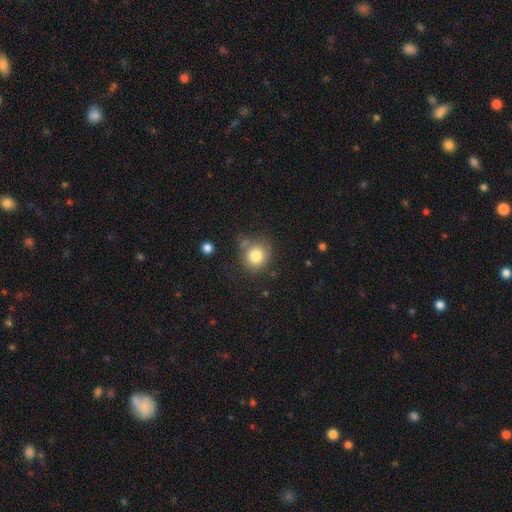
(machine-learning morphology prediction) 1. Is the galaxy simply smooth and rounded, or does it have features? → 81% smooth, 11% star or artifact, 8% featured or disk.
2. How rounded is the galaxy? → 85% round, 14% in between, 1% cigar-shaped.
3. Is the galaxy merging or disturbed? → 71% none, 15% minor disturbance, 8% merger, 5% major disturbance.